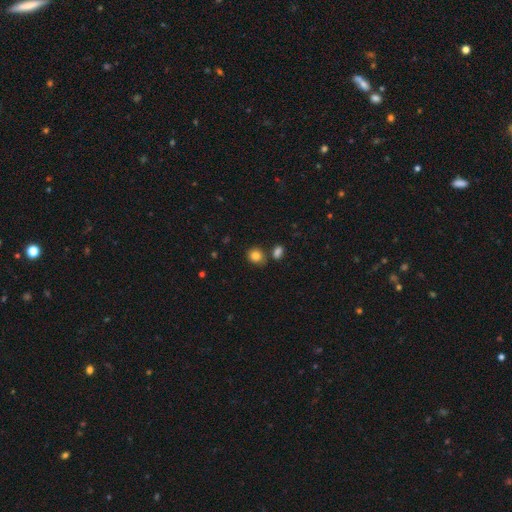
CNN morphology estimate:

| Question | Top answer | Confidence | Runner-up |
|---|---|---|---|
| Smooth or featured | smooth | 84% | star or artifact (10%) |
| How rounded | round | 70% | in between (29%) |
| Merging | none | 74% | minor disturbance (12%) |